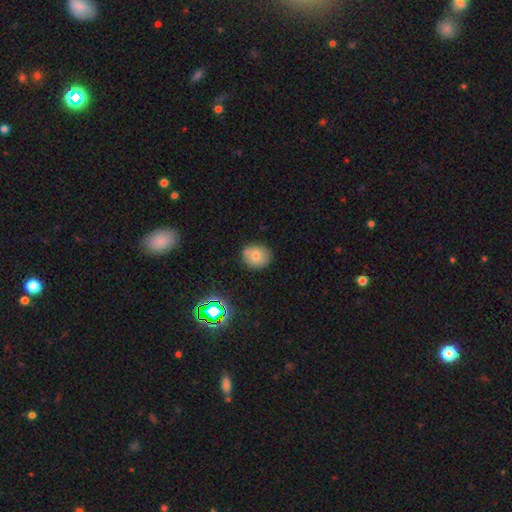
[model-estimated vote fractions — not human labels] A smooth galaxy with no disk features (70%) that is round (75%).

Vote fractions:
- Smooth or featured? smooth: 70% / featured or disk: 16% / star or artifact: 14%
- How rounded? round: 75% / in between: 24% / cigar-shaped: 1%
- Merging? none: 75% / minor disturbance: 14% / merger: 7% / major disturbance: 3%